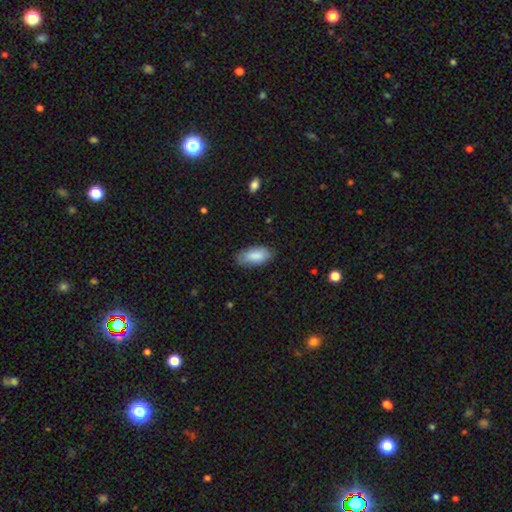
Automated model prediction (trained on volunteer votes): smooth-or-featured: smooth: 88% | featured or disk: 6% | star or artifact: 6%
  how-rounded: in between: 90% | cigar-shaped: 8% | round: 2%
  merging: none: 82% | minor disturbance: 14% | major disturbance: 3% | merger: 1%